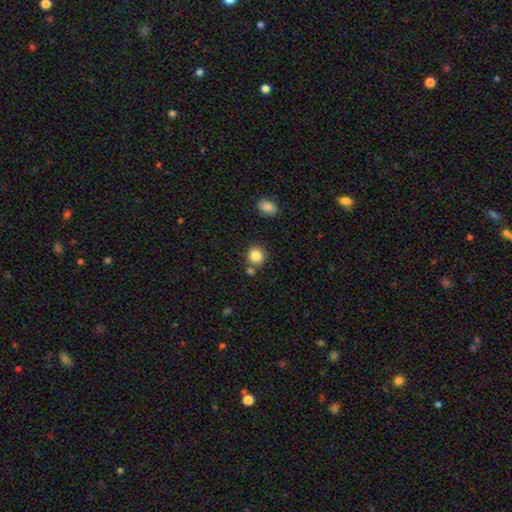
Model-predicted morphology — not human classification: Smooth or featured? Predicted: smooth (p=0.85). How rounded? Predicted: round (p=0.88). Merging? Predicted: none (p=0.77).